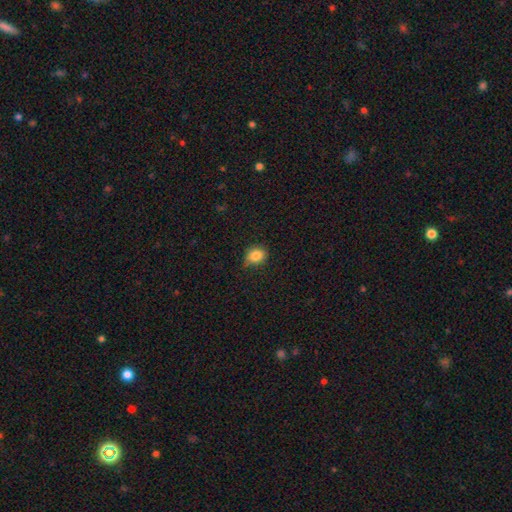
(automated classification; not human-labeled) This is clearly a smooth galaxy (84%). How rounded: possibly round (55%). Merging: likely none (66%).